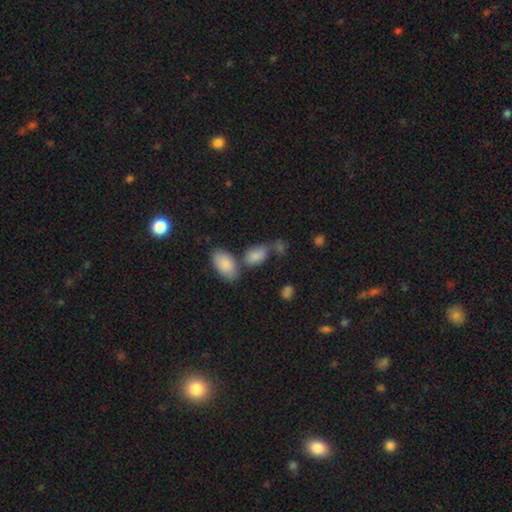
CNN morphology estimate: Smooth or featured? smooth (84%)
How rounded? in between (90%)
Merging? none (42%)